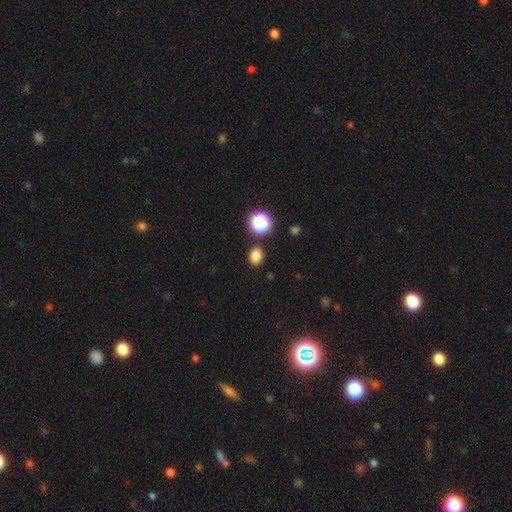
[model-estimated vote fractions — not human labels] Overall: smooth (80%). How rounded: in between (56%; round 43%). Merging: none (85%).